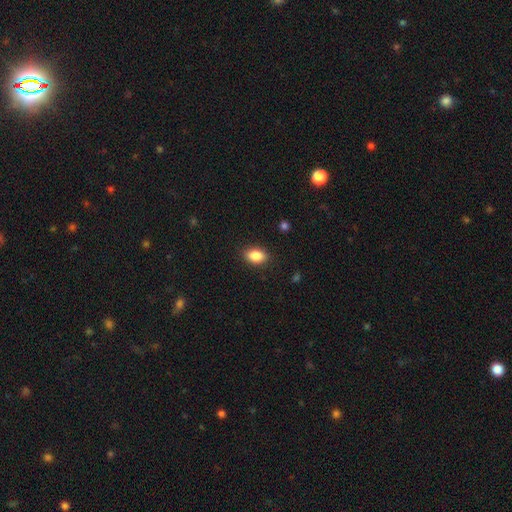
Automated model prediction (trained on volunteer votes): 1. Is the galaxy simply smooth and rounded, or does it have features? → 86% smooth, 8% star or artifact, 5% featured or disk.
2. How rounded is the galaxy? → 86% in between, 12% round, 2% cigar-shaped.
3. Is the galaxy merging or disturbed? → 87% none, 9% minor disturbance, 2% major disturbance, 1% merger.